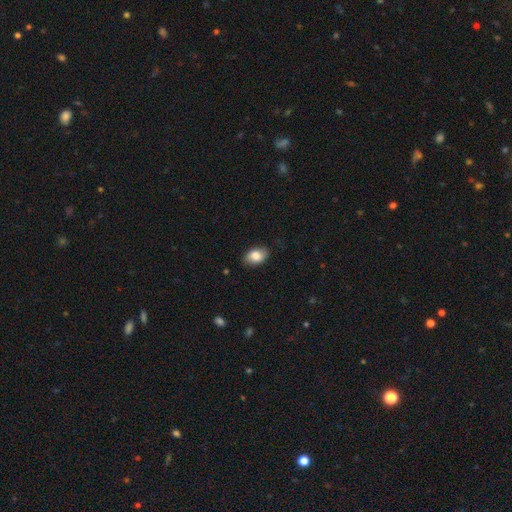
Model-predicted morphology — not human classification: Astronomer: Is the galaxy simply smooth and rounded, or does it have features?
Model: smooth — 82%.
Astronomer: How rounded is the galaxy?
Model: in between — 87%.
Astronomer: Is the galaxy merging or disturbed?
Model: none — 82%.